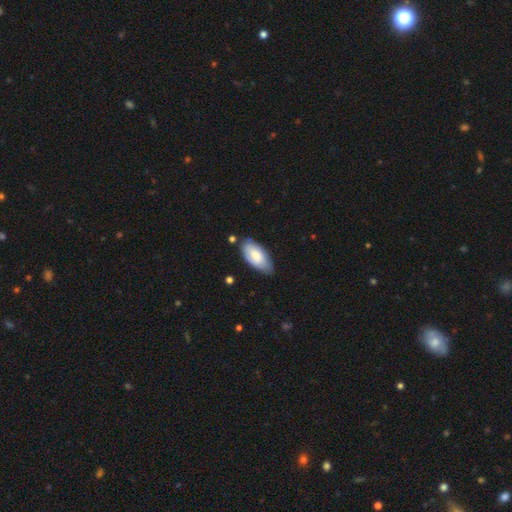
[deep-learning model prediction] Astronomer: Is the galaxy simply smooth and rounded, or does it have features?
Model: smooth — 69%.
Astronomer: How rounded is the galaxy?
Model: in between — 92%.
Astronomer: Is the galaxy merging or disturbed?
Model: none — 69%.